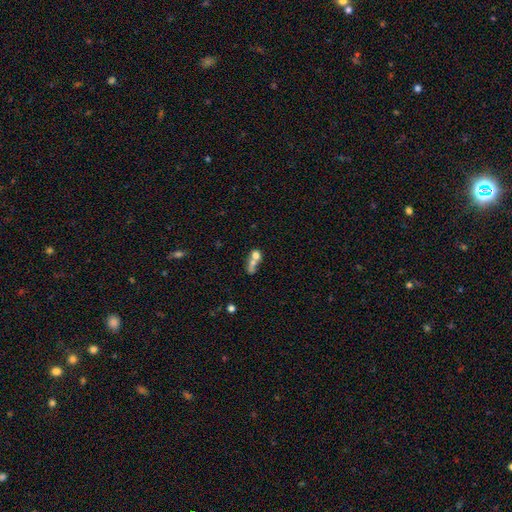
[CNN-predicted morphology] type=smooth (65%); roundness=round (59%); merging=merger (67%).